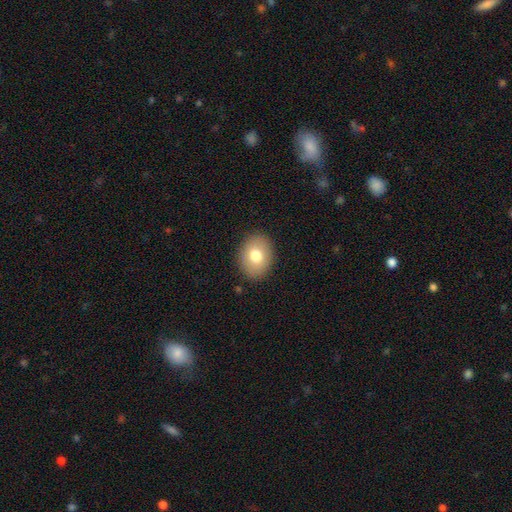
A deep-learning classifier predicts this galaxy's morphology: type=smooth (75%); roundness=in between (65%); merging=none (88%).